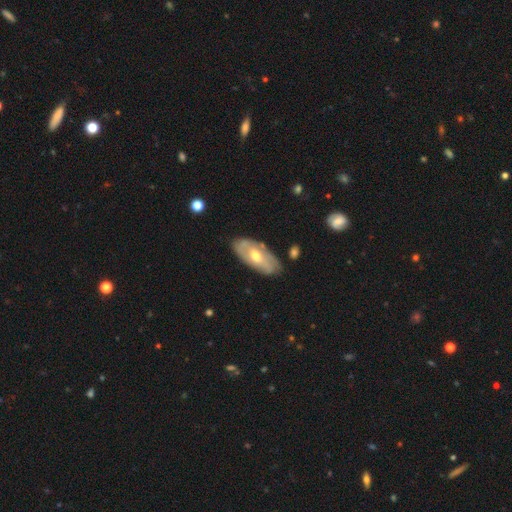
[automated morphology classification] This appears to be a featured or disk galaxy (63%) with no bar (54%), spiral arms (57%) and a moderate central bulge (70%). Merging: none (78%).